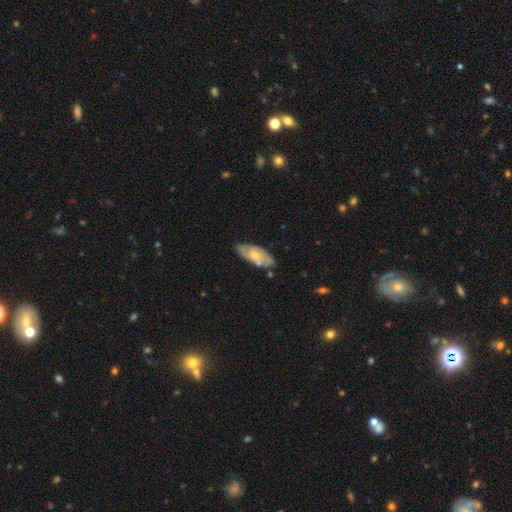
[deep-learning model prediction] Morphology: type=featured or disk (53%); edge-on=no (86%); merging=none (71%).